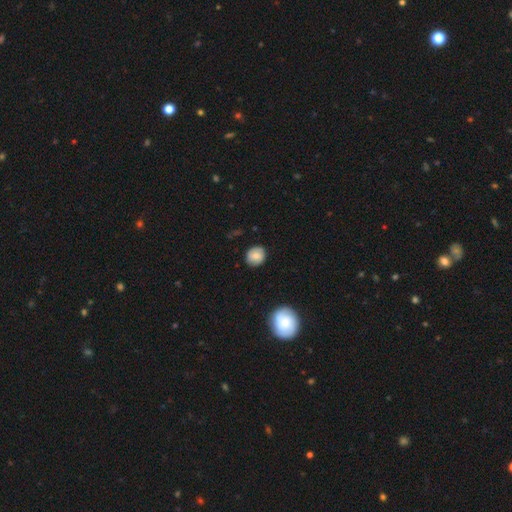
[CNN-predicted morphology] smooth 77%, featured or disk 15%, star or artifact 8%. Down the decision tree: how rounded — round (79%); merging — none (85%).